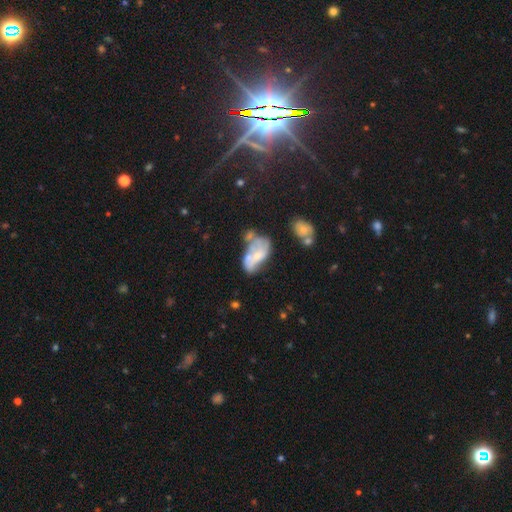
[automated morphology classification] Smooth or featured? Predicted: featured or disk (p=0.52). Edge-on disk? Predicted: no (p=0.95). Merging? Predicted: merger (p=0.33).